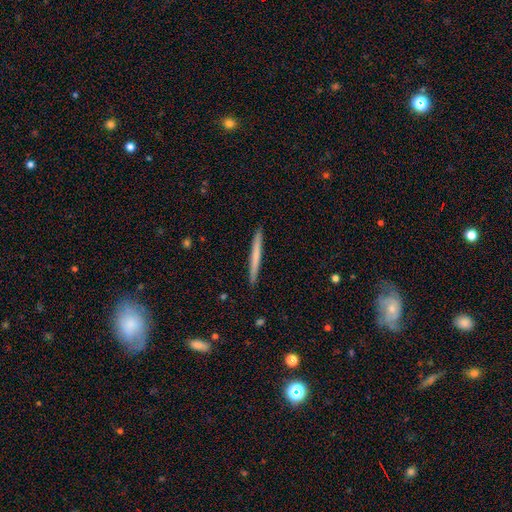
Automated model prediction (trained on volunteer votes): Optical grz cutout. It shows a smooth galaxy with no disk features (58%) that is cigar-shaped (97%). Merging: none (92%).